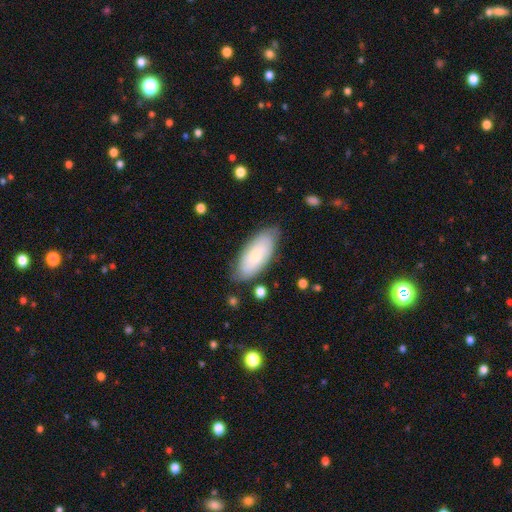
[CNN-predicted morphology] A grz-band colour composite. It shows a smooth galaxy with no disk features (63%) that is in between round and cigar-shaped (85%). Merging: none (77%).